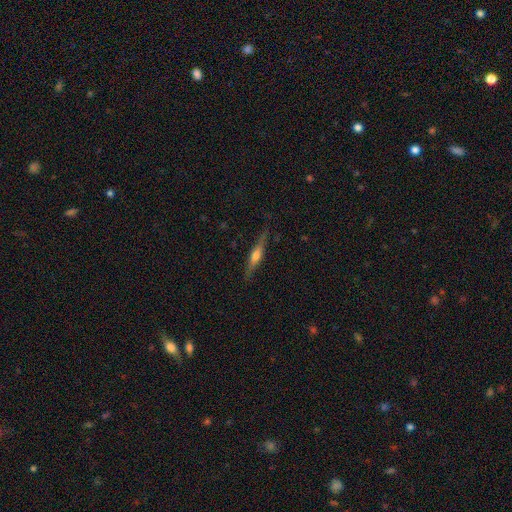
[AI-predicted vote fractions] Smooth or featured? featured or disk (61%)
Edge-on disk? yes (96%)
Edge-on bulge? rounded (82%)
Merging? none (83%)